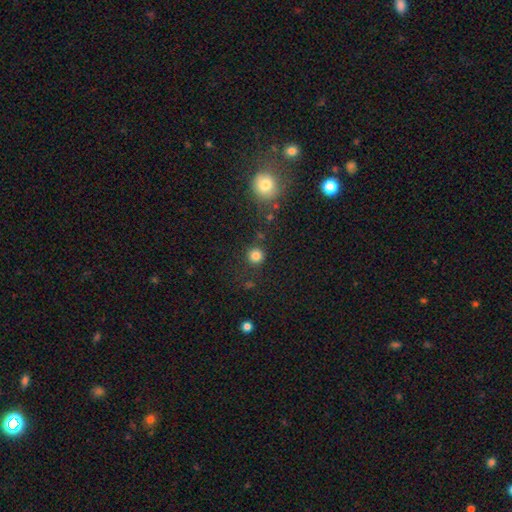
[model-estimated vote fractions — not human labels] Q: Smooth or featured?
A: smooth (82%); runner-up: star or artifact (13%)
Q: How rounded?
A: round (94%); runner-up: in between (5%)
Q: Merging?
A: none (86%); runner-up: minor disturbance (7%)